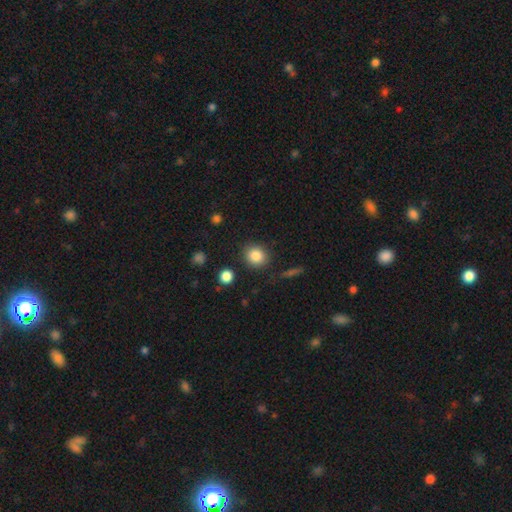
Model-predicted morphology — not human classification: A smooth galaxy with no disk features (84%) that is round (83%). Merging: none (86%).